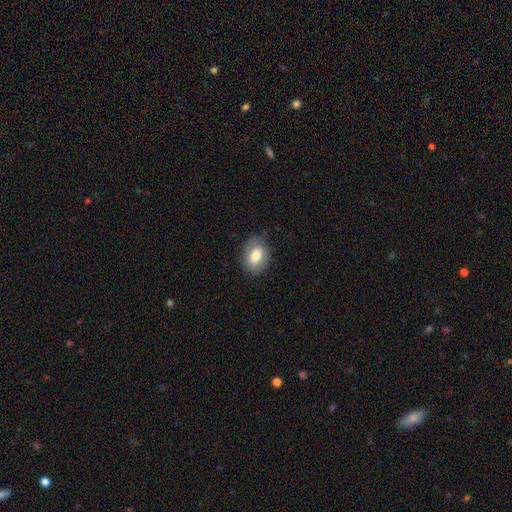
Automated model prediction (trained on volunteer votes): Smooth or featured? smooth (71%)
How rounded? in between (75%)
Merging? none (73%)